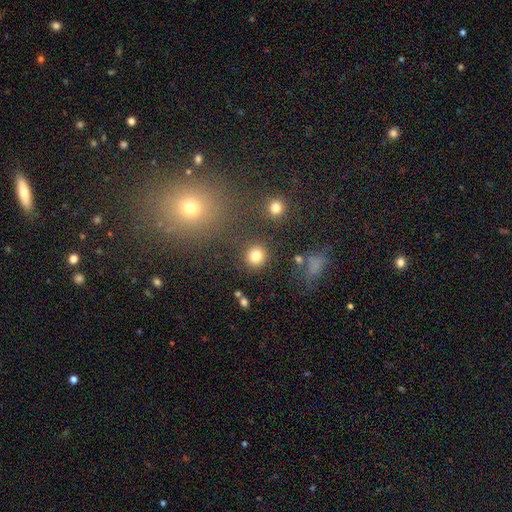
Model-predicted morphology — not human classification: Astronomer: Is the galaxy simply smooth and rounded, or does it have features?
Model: smooth — 81%.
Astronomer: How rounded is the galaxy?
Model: round — 88%.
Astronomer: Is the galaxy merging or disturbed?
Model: none — 87%.